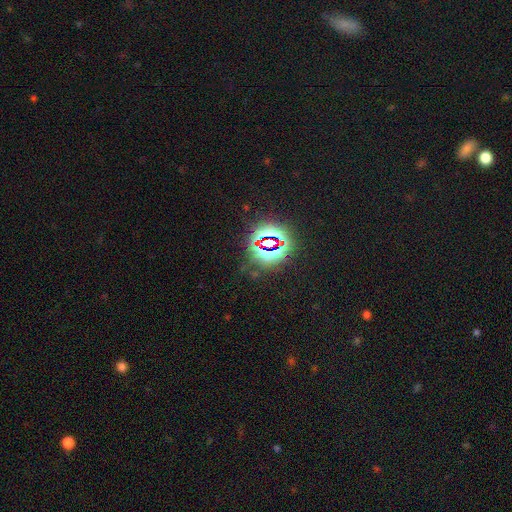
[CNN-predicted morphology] Smooth or featured? star or artifact (80%)